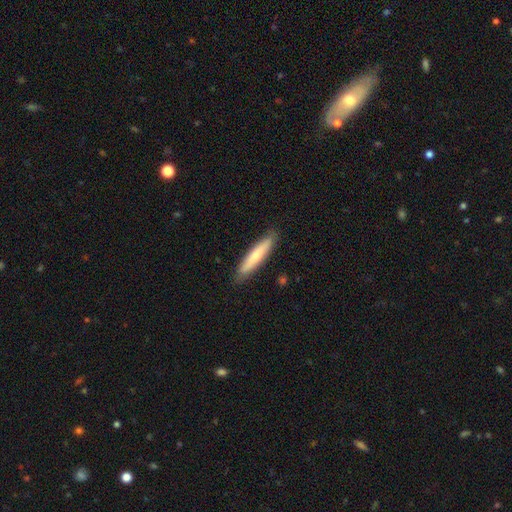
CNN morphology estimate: Smooth or featured?
  - smooth: 68% *
  - featured or disk: 27%
  - star or artifact: 5%
How rounded?
  - cigar-shaped: 87% *
  - in between: 11%
  - round: 1%
Merging?
  - none: 88% *
  - minor disturbance: 10%
  - major disturbance: 2%
  - merger: 1%